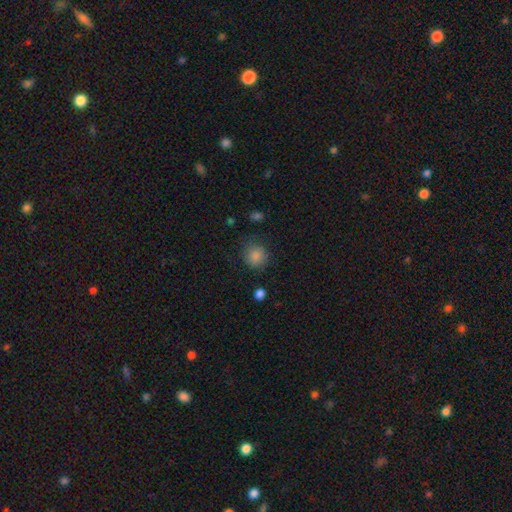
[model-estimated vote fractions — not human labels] Smooth or featured?
  - smooth: 86% *
  - star or artifact: 10%
  - featured or disk: 4%
How rounded?
  - round: 87% *
  - in between: 12%
  - cigar-shaped: 1%
Merging?
  - none: 81% *
  - minor disturbance: 13%
  - major disturbance: 5%
  - merger: 2%